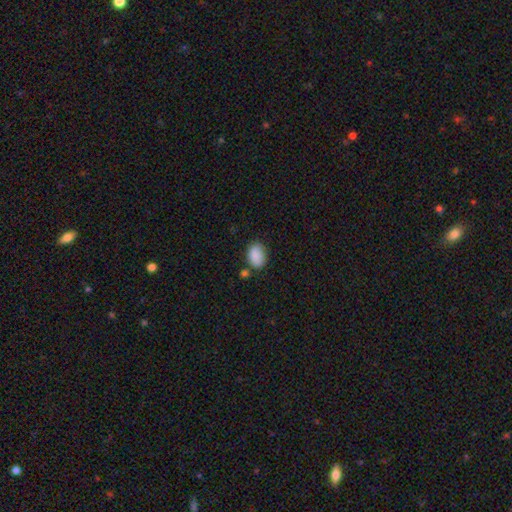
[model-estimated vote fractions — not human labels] This appears to be a smooth galaxy with no disk features (88%) that is in between round and cigar-shaped (86%). Merging: none (70%).